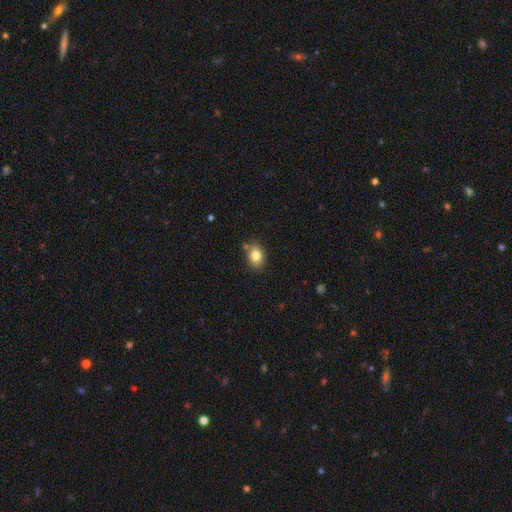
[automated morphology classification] smooth-or-featured: smooth: 81% | star or artifact: 10% | featured or disk: 9%
  how-rounded: in between: 64% | round: 35% | cigar-shaped: 1%
  merging: none: 78% | minor disturbance: 13% | merger: 6% | major disturbance: 3%